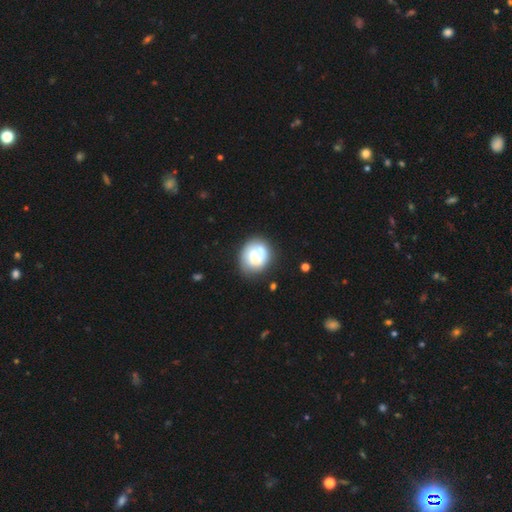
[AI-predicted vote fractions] Overall: smooth (55%; featured or disk 37%). How rounded: round (68%; in between 31%). Merging: none (56%; minor disturbance 23%).